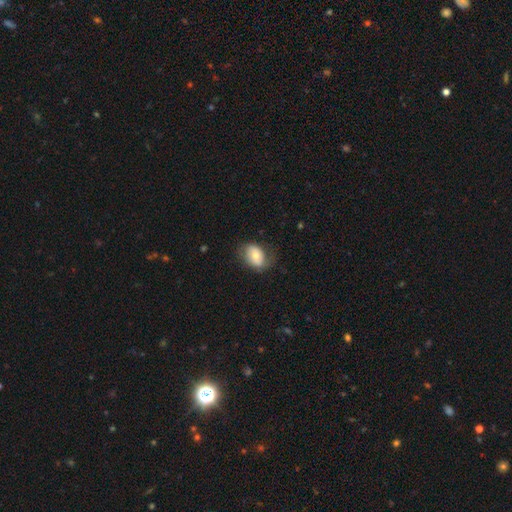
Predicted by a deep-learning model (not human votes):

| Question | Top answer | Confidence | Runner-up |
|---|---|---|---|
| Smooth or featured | smooth | 65% | featured or disk (28%) |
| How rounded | in between | 76% | round (23%) |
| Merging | none | 65% | minor disturbance (24%) |